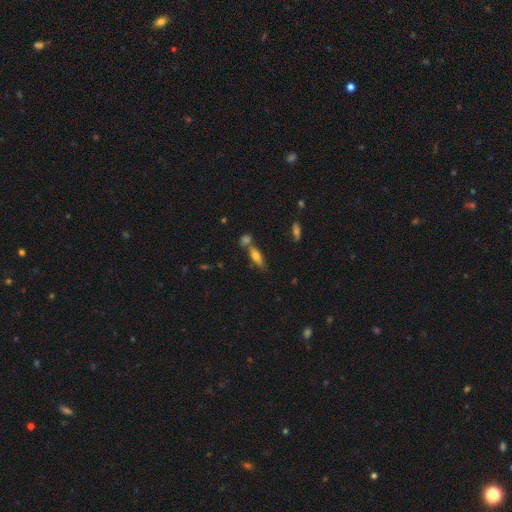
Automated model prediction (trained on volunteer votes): This appears to be a smooth galaxy with no disk features (66%) that is in between round and cigar-shaped (55%). Merging: none (56%).